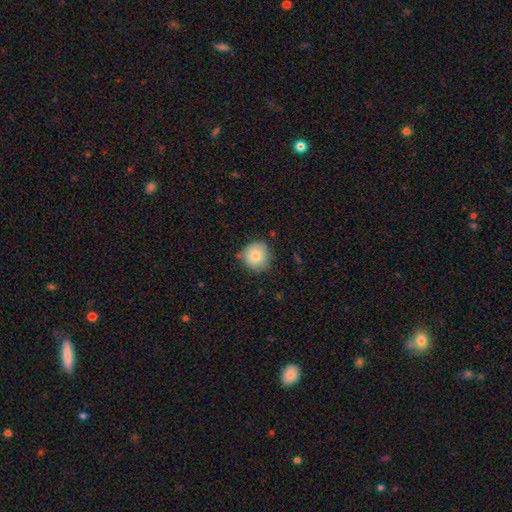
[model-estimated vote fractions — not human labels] smooth-or-featured: smooth: 80% | featured or disk: 11% | star or artifact: 8%
  how-rounded: round: 93% | in between: 6% | cigar-shaped: 1%
  merging: none: 77% | minor disturbance: 18% | major disturbance: 3% | merger: 2%